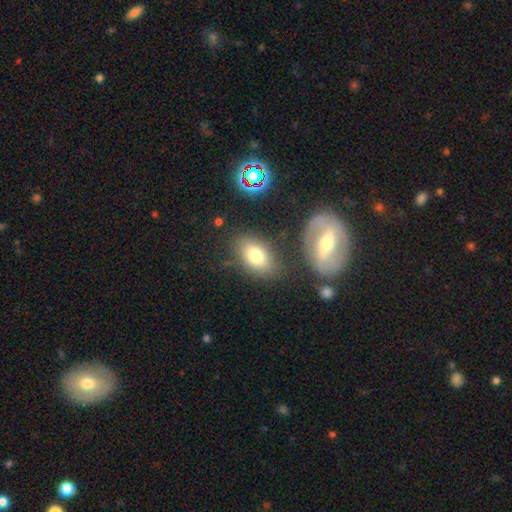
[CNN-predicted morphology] smooth_or_featured: smooth (p=0.76) [alt: featured or disk p=0.14]
how_rounded: in between (p=0.86) [alt: round p=0.12]
merging: none (p=0.76) [alt: minor disturbance p=0.13]